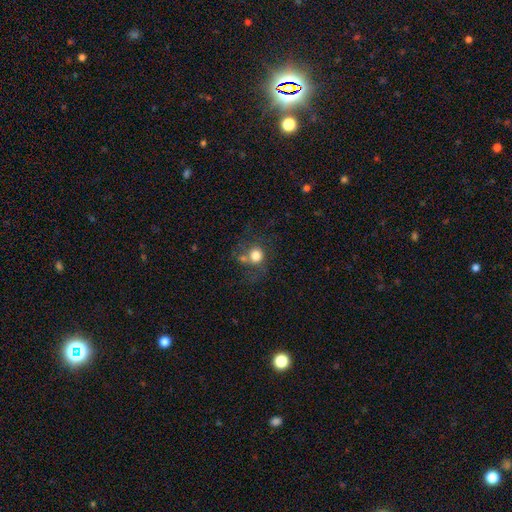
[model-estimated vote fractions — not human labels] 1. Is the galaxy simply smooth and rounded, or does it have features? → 75% smooth, 14% featured or disk, 11% star or artifact.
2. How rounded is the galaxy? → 81% round, 18% in between, 1% cigar-shaped.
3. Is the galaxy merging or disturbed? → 49% none, 23% merger, 16% minor disturbance, 12% major disturbance.